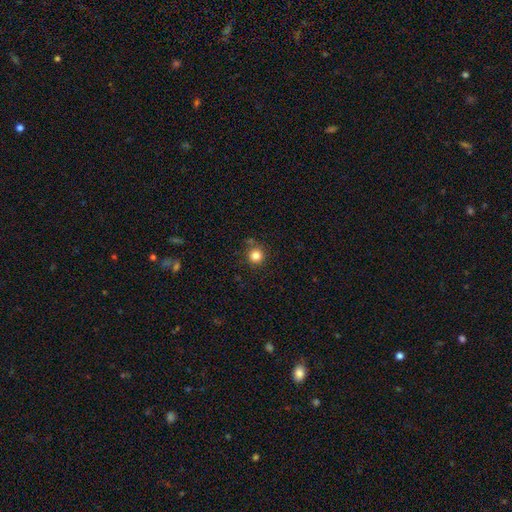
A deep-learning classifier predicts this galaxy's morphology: This appears to be a smooth galaxy with no disk features (83%) that is round (94%). Merging: none (81%).